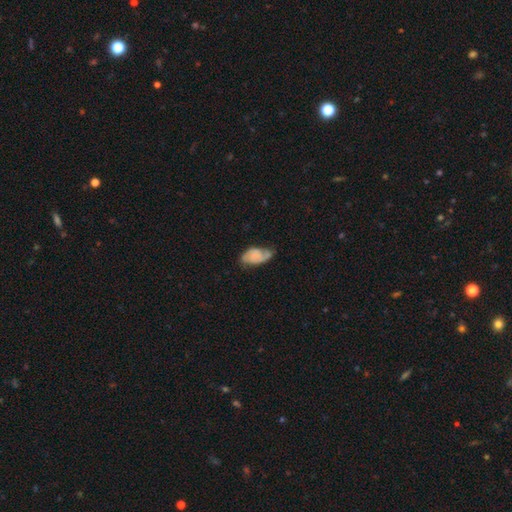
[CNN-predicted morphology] Smooth or featured: smooth — 50% (featured or disk — 42%)
How rounded: in between — 93% (round — 4%)
Merging: none — 46% (minor disturbance — 36%)